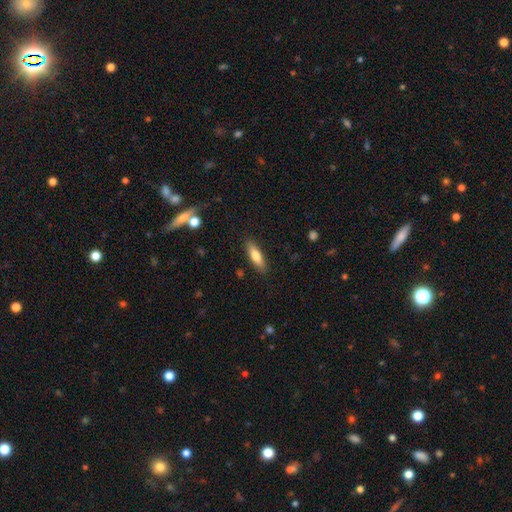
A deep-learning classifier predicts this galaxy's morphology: Smooth or featured? Predicted: smooth (p=0.74). How rounded? Predicted: cigar-shaped (p=0.53). Merging? Predicted: none (p=0.86).